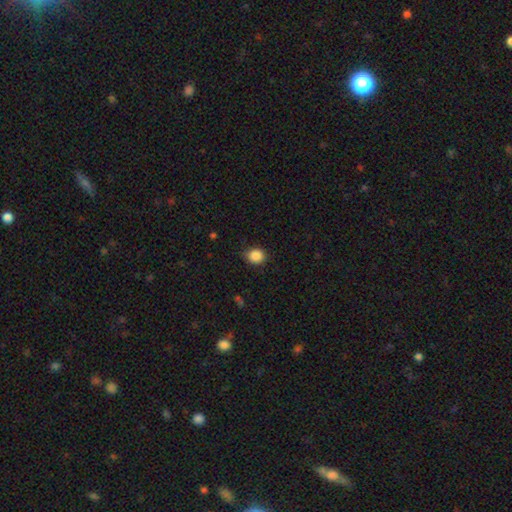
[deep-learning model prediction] Smooth or featured?
  - smooth: 87% *
  - star or artifact: 9%
  - featured or disk: 3%
How rounded?
  - round: 76% *
  - in between: 23%
  - cigar-shaped: 1%
Merging?
  - none: 81% *
  - minor disturbance: 15%
  - major disturbance: 3%
  - merger: 1%